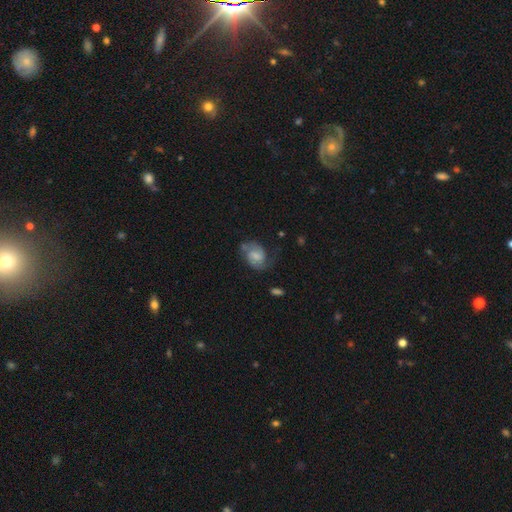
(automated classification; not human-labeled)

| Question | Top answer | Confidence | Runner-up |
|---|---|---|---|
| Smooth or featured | featured or disk | 61% | smooth (31%) |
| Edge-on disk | no | 97% | yes (3%) |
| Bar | weak | 49% | no (40%) |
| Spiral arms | yes | 90% | no (10%) |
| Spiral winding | medium | 48% | loose (27%) |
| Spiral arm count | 2 | 80% | can't tell (10%) |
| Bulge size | small | 38% | moderate (33%) |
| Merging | none | 58% | minor disturbance (25%) |